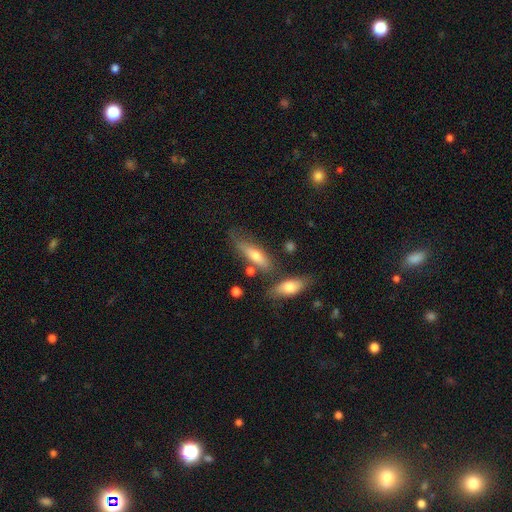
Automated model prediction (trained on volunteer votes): smooth_or_featured: smooth (p=0.59) [alt: featured or disk p=0.34]
how_rounded: cigar-shaped (p=0.57) [alt: in between p=0.40]
merging: none (p=0.59) [alt: minor disturbance p=0.22]